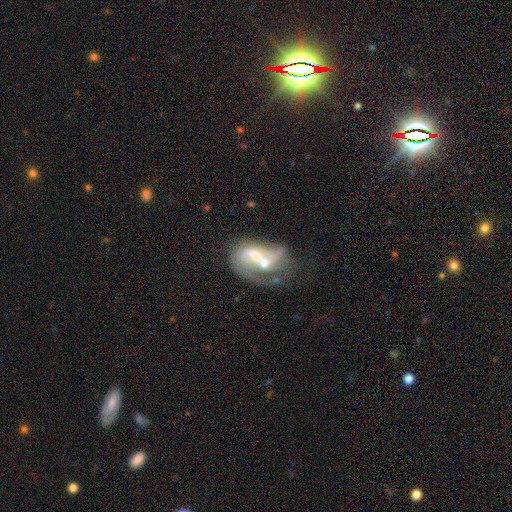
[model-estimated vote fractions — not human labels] Smooth or featured?
  - featured or disk: 70% *
  - smooth: 22%
  - star or artifact: 8%
Edge-on disk?
  - no: 96% *
  - yes: 4%
Bar?
  - no: 56% *
  - weak: 32%
  - strong: 12%
Spiral arms?
  - yes: 65% *
  - no: 35%
Bulge size?
  - moderate: 59% *
  - small: 29%
  - large: 7%
  - none: 4%
  - dominant: 2%
Merging?
  - merger: 58% *
  - major disturbance: 17%
  - none: 16%
  - minor disturbance: 9%